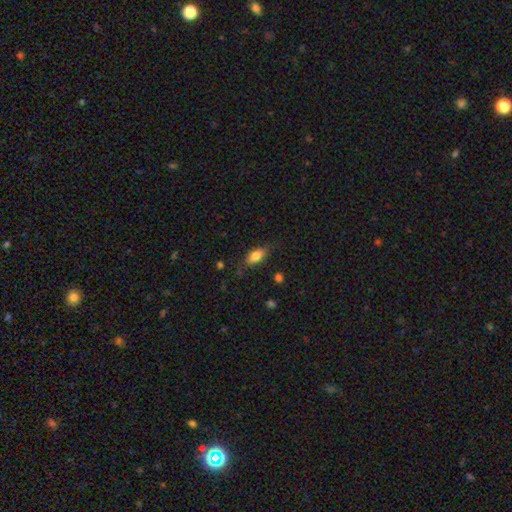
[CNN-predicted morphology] type=smooth (77%); roundness=in between (83%); merging=none (75%).